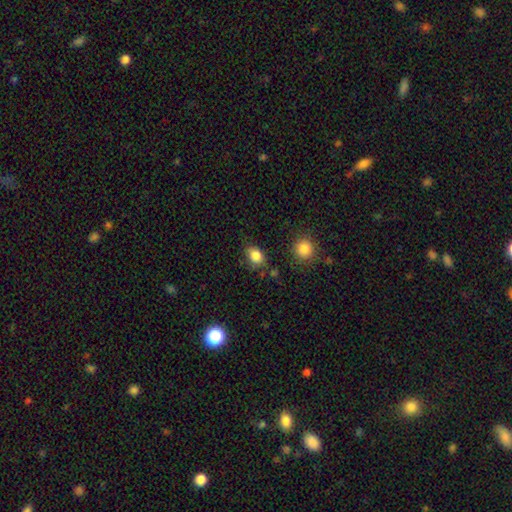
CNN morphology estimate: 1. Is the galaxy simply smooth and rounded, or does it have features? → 85% smooth, 10% star or artifact, 5% featured or disk.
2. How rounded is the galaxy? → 63% in between, 36% round, 1% cigar-shaped.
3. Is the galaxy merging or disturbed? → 73% none, 18% minor disturbance, 4% major disturbance, 4% merger.